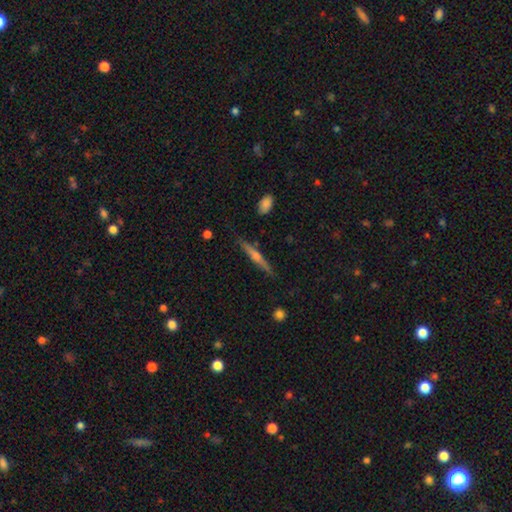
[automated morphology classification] Smooth or featured?
  - featured or disk: 62% *
  - smooth: 31%
  - star or artifact: 7%
Edge-on disk?
  - yes: 97% *
  - no: 3%
Edge-on bulge?
  - rounded: 76% *
  - none: 16%
  - boxy: 8%
Merging?
  - none: 87% *
  - minor disturbance: 10%
  - major disturbance: 2%
  - merger: 2%